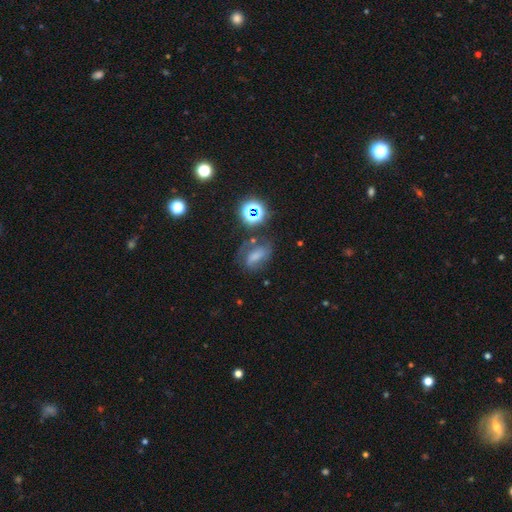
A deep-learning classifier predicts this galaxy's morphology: The model was most divided on "smooth or featured": smooth: 41%, featured or disk: 36%, star or artifact: 23%. Remaining: merging — none (49%).